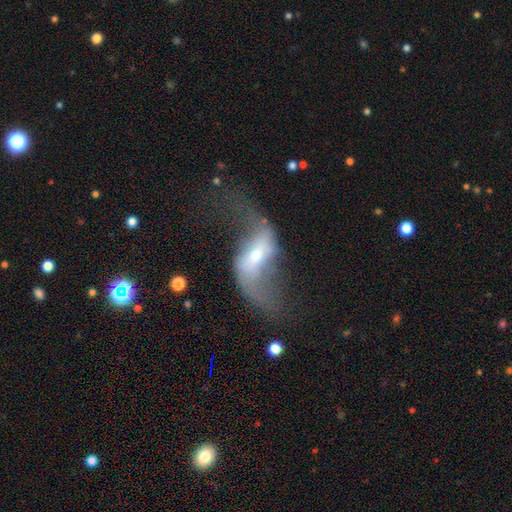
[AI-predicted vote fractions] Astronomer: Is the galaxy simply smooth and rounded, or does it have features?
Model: featured or disk — 82%.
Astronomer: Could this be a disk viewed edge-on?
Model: no — 91%.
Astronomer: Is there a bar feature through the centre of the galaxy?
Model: strong — 46% (runner-up: weak, 30%).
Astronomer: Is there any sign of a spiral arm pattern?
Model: yes — 87%.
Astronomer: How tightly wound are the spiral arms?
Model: loose — 92%.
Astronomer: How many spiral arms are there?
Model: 2 — 92%.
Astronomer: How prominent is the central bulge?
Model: small — 60%.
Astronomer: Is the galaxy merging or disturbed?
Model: none — 45% (runner-up: major disturbance, 33%).